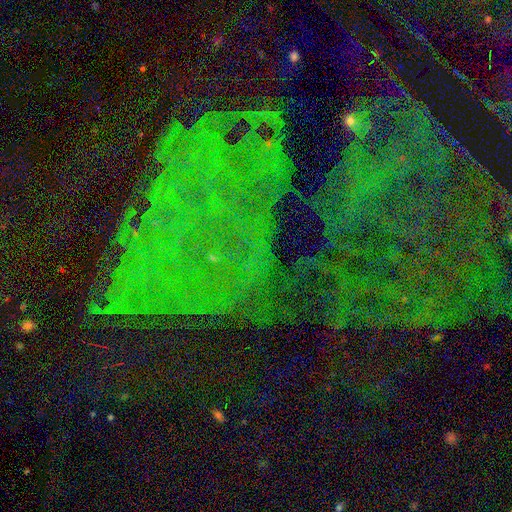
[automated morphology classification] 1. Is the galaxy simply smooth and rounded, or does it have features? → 81% star or artifact, 10% featured or disk, 9% smooth.